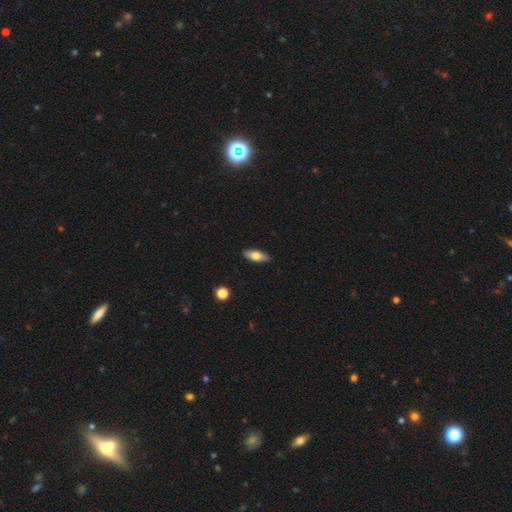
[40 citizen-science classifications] Smooth or featured: smooth — 65% (featured or disk — 30%)
How rounded: in between — 88% (cigar-shaped — 8%)
Merging: none — 92% (minor disturbance — 5%)